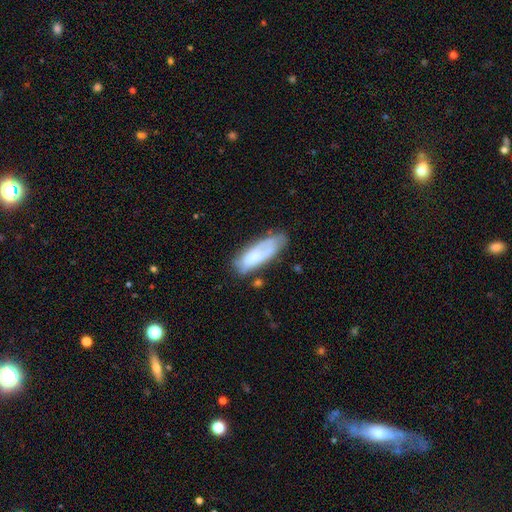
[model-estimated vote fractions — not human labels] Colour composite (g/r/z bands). It shows a smooth galaxy with no disk features (64%) that is in between round and cigar-shaped (65%). Merging: none (54%).